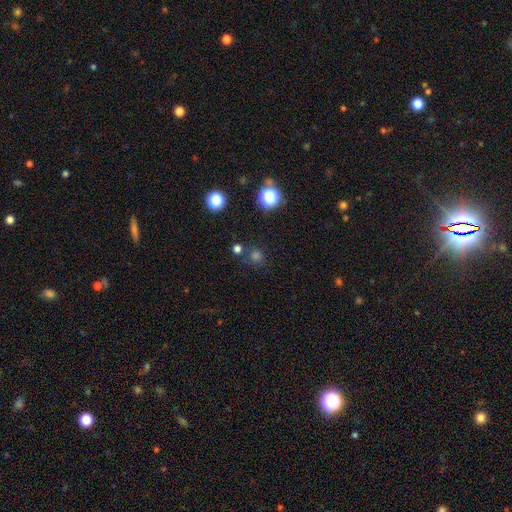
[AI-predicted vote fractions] smooth_or_featured: smooth (p=0.59) [alt: star or artifact p=0.34]
how_rounded: round (p=0.89) [alt: in between p=0.10]
merging: none (p=0.77) [alt: minor disturbance p=0.10]